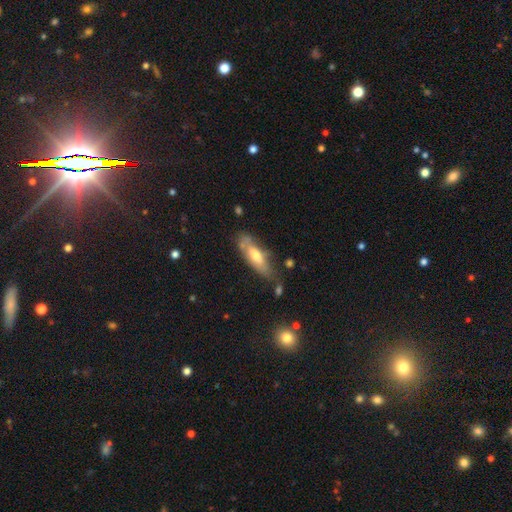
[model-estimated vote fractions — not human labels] This is possibly a smooth galaxy (51%). How rounded: possibly in between (56%). Merging: likely none (61%).